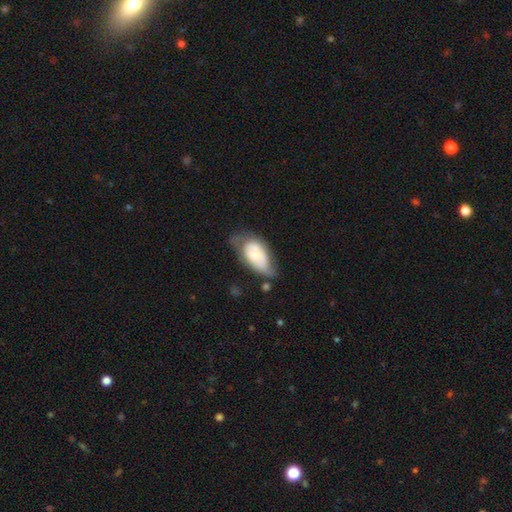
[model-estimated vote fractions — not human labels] This is possibly a smooth galaxy (55%). How rounded: clearly in between (92%). Merging: marginally minor disturbance (38%).